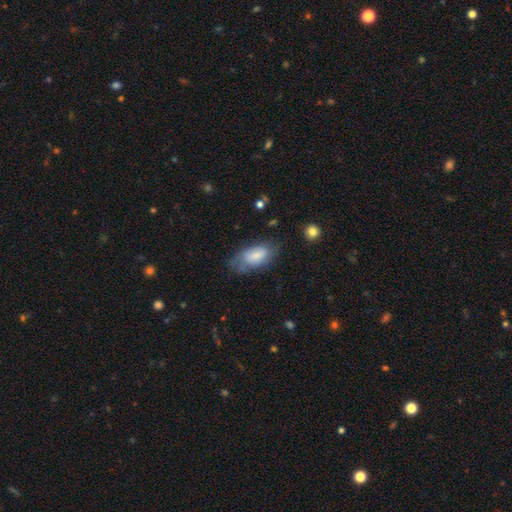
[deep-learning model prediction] A smooth galaxy with no disk features (72%) that is in between round and cigar-shaped (91%).

Vote fractions:
- Smooth or featured? smooth: 72% / featured or disk: 21% / star or artifact: 7%
- How rounded? in between: 91% / cigar-shaped: 6% / round: 3%
- Merging? none: 58% / minor disturbance: 28% / major disturbance: 12% / merger: 2%